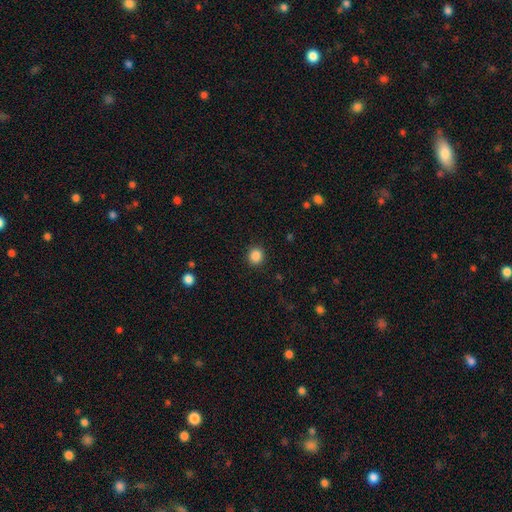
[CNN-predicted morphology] A smooth galaxy with no disk features (87%) that is round (88%). Merging: none (91%).